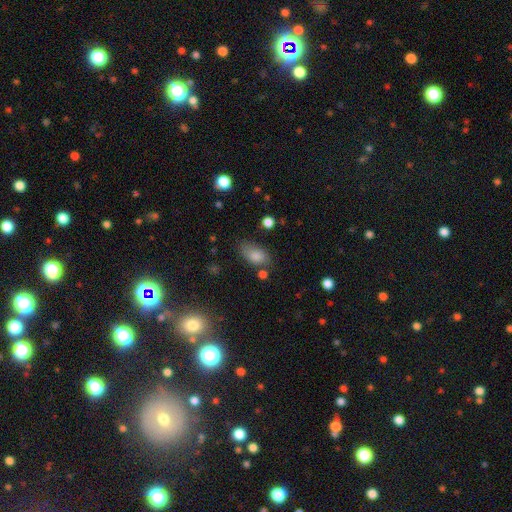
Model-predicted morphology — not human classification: This is clearly a smooth galaxy (83%). How rounded: clearly in between (90%). Merging: likely none (64%).